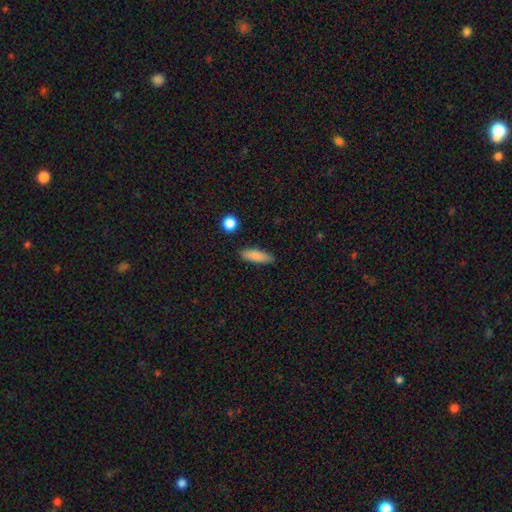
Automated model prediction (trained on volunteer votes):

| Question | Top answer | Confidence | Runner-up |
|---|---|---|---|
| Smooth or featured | smooth | 84% | featured or disk (9%) |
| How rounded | cigar-shaped | 57% | in between (41%) |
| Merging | none | 86% | minor disturbance (10%) |